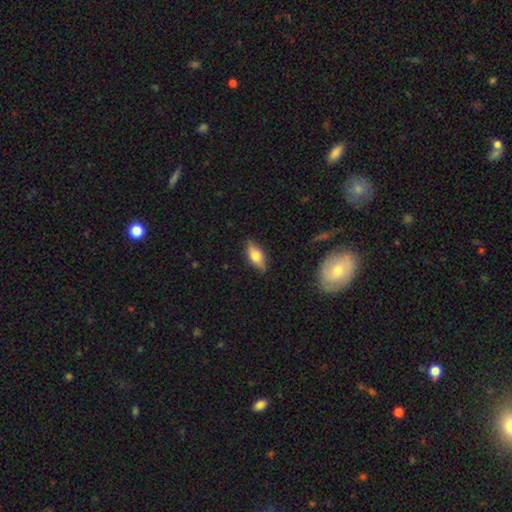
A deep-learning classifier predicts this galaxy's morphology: type=smooth (63%); roundness=in between (79%); merging=none (83%).